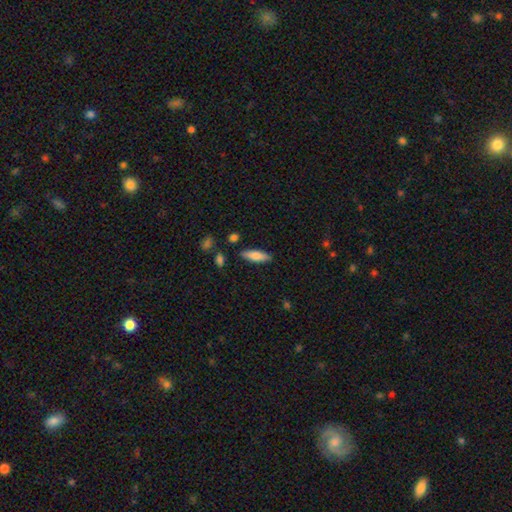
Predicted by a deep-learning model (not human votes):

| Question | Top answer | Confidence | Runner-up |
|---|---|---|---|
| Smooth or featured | smooth | 73% | featured or disk (20%) |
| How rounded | cigar-shaped | 52% | in between (46%) |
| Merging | none | 85% | minor disturbance (10%) |